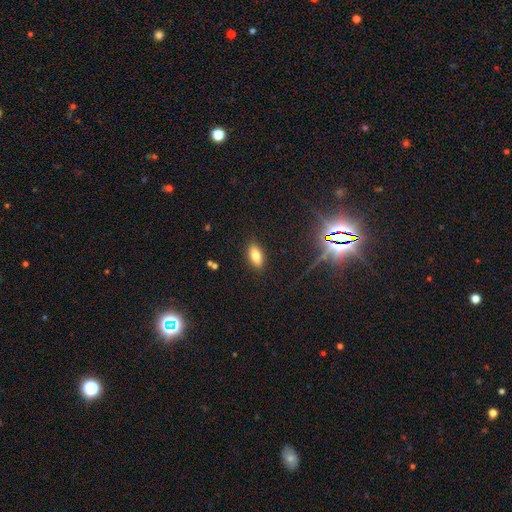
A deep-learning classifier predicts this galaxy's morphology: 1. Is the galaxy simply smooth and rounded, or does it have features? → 75% smooth, 13% featured or disk, 12% star or artifact.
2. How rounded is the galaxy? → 86% in between, 10% cigar-shaped, 4% round.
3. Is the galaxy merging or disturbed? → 88% none, 8% minor disturbance, 2% major disturbance, 1% merger.